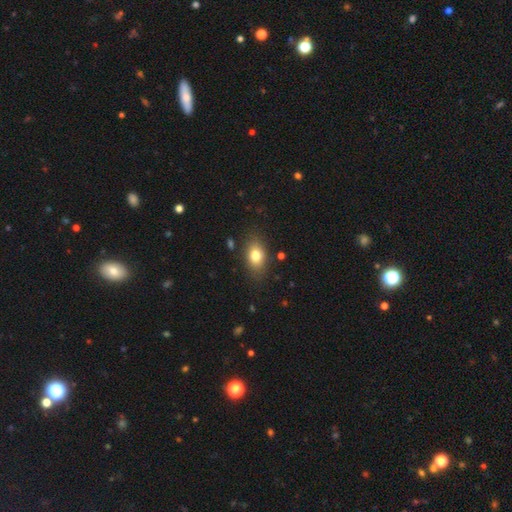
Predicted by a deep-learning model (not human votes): smooth-or-featured: smooth: 78% | featured or disk: 13% | star or artifact: 9%
  how-rounded: in between: 81% | round: 16% | cigar-shaped: 3%
  merging: none: 83% | minor disturbance: 12% | major disturbance: 3% | merger: 2%